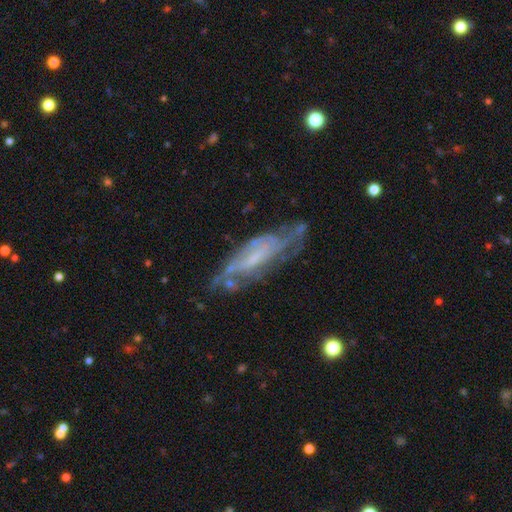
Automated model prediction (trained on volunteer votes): A featured or disk galaxy (77%) with no bar (44%), spiral arms (82%) and a small central bulge (42%).

Vote fractions:
- Smooth or featured? featured or disk: 77% / smooth: 16% / star or artifact: 8%
- Edge-on disk? no: 78% / yes: 22%
- Bar? no: 44% / weak: 40% / strong: 17%
- Spiral arms? yes: 82% / no: 18%
- Bulge size? small: 42% / none: 31% / moderate: 21% / large: 4% / dominant: 1%
- Merging? none: 56% / minor disturbance: 25% / major disturbance: 15% / merger: 4%